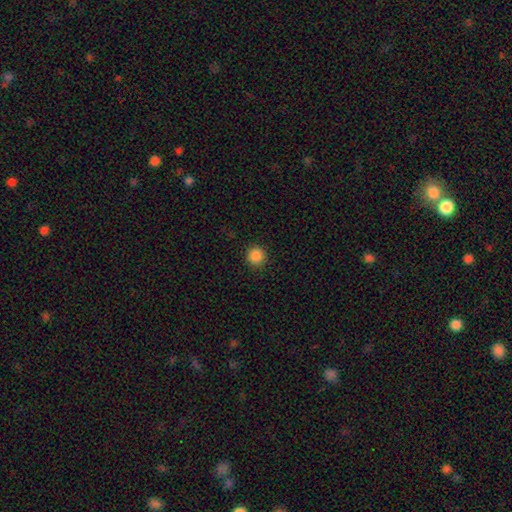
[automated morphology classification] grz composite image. It shows a smooth galaxy with no disk features (87%) that is round (95%). Merging: none (92%).